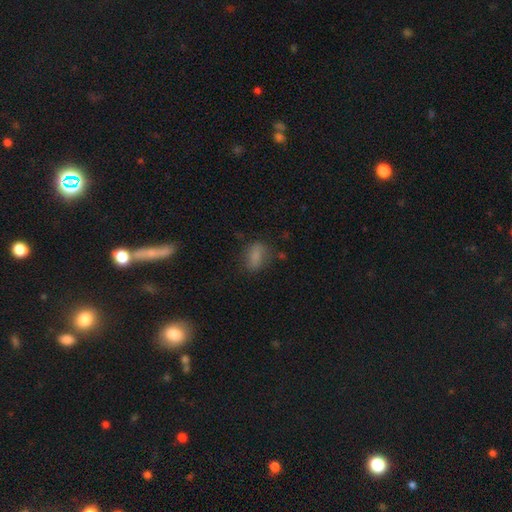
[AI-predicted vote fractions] This appears to be a smooth galaxy with no disk features (78%) that is in between round and cigar-shaped (82%). Merging: none (62%).